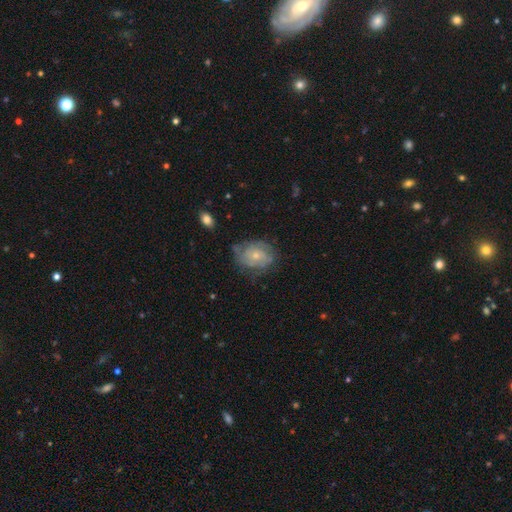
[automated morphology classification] featured or disk 56%, smooth 36%, star or artifact 8%. Down the decision tree: edge-on disk — no (97%); bar — no (83%); spiral arms — yes (69%); bulge size — small (64%); merging — none (60%).